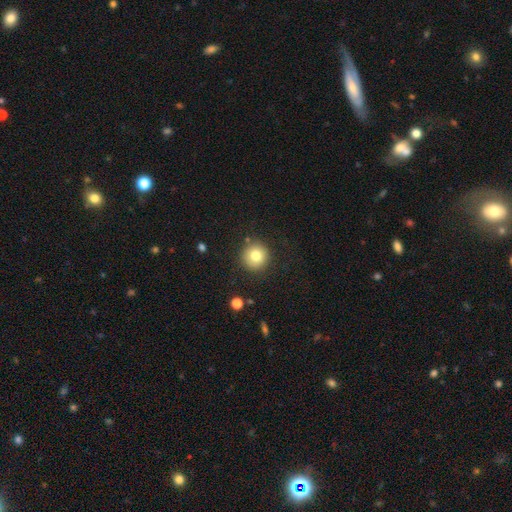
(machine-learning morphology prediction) smooth_or_featured: smooth (p=0.80) [alt: star or artifact p=0.11]
how_rounded: round (p=0.94) [alt: in between p=0.05]
merging: none (p=0.87) [alt: minor disturbance p=0.08]